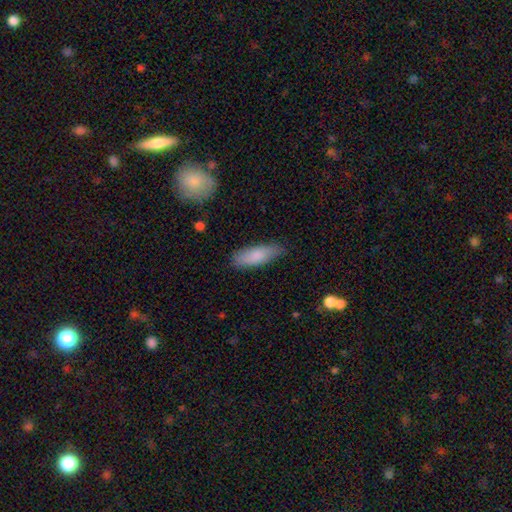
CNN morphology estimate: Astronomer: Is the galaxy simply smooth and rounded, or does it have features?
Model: smooth — 83%.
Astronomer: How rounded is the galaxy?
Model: in between — 58% (runner-up: cigar-shaped, 41%).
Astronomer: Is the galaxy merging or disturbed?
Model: none — 80%.